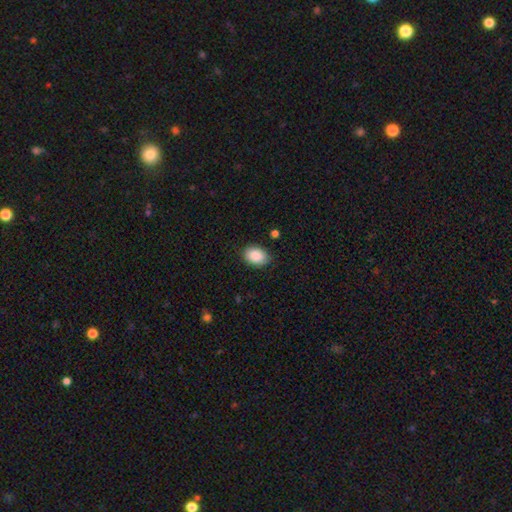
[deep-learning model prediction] Overall: smooth (88%). How rounded: in between (81%). Merging: none (84%).